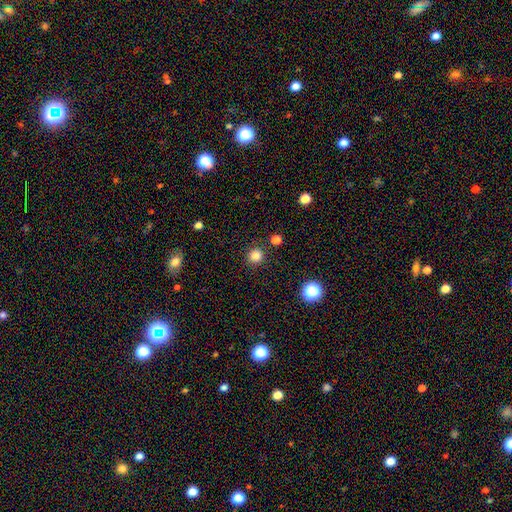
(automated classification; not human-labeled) smooth_or_featured: smooth (p=0.83) [alt: star or artifact p=0.13]
how_rounded: round (p=0.93) [alt: in between p=0.06]
merging: none (p=0.90) [alt: minor disturbance p=0.06]